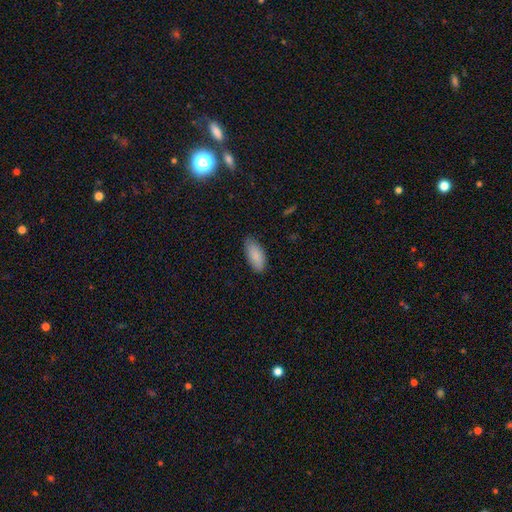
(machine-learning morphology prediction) smooth_or_featured: smooth (p=0.88) [alt: featured or disk p=0.06]
how_rounded: in between (p=0.86) [alt: cigar-shaped p=0.12]
merging: none (p=0.79) [alt: minor disturbance p=0.17]